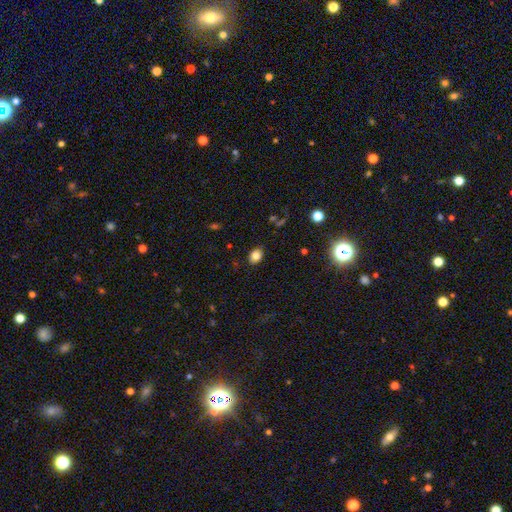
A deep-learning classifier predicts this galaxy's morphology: smooth_or_featured: smooth (p=0.82) [alt: star or artifact p=0.10]
how_rounded: in between (p=0.70) [alt: round p=0.29]
merging: none (p=0.86) [alt: minor disturbance p=0.10]